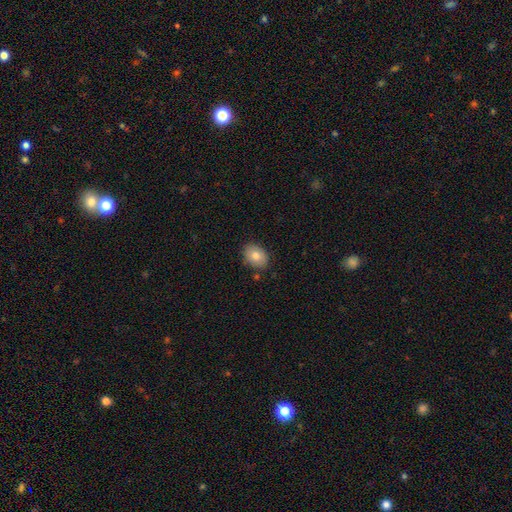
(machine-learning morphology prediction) Smooth or featured? Predicted: smooth (p=0.80). How rounded? Predicted: in between (p=0.76). Merging? Predicted: none (p=0.84).